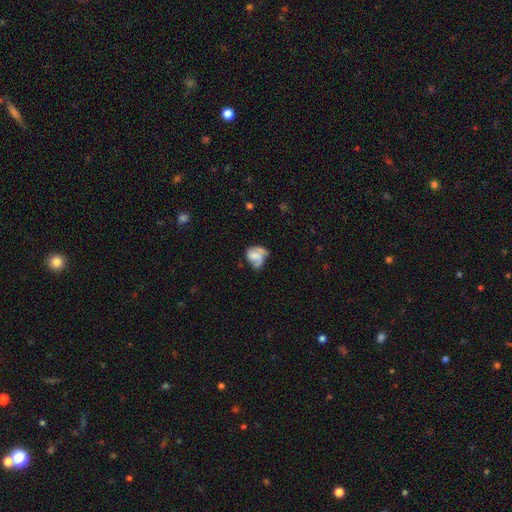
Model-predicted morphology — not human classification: Q: Smooth or featured?
A: featured or disk (46%); runner-up: smooth (44%)
Q: Merging?
A: none (34%); runner-up: minor disturbance (28%)